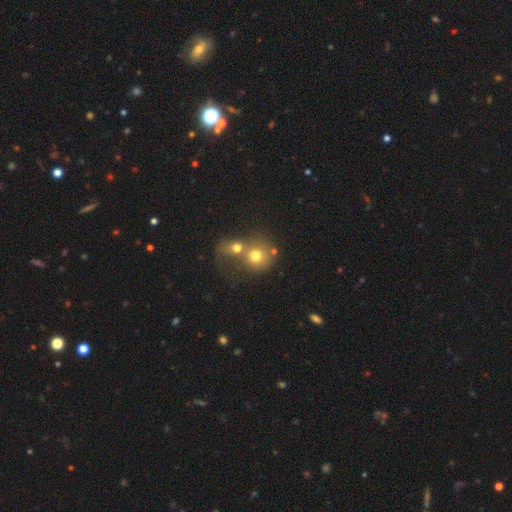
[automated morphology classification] smooth 69%, featured or disk 18%, star or artifact 13%. Down the decision tree: how rounded — round (81%); merging — merger (63%).